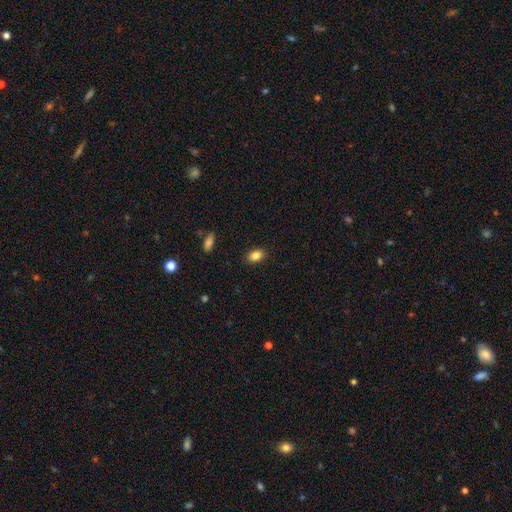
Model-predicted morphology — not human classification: This is clearly a smooth galaxy (85%). How rounded: likely in between (80%). Merging: clearly none (88%).